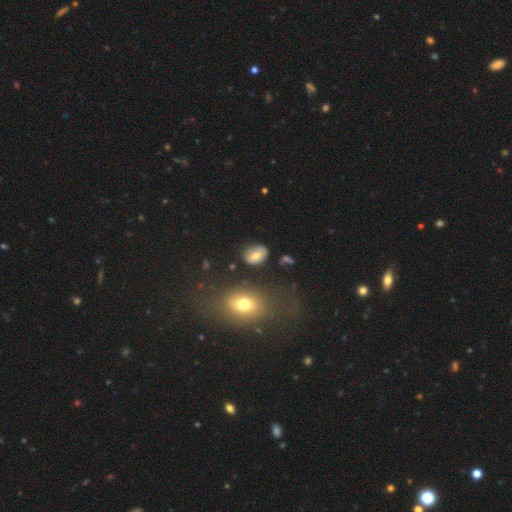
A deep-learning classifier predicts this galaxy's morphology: smooth-or-featured: smooth: 66% | featured or disk: 24% | star or artifact: 10%
  how-rounded: in between: 70% | round: 29% | cigar-shaped: 2%
  merging: none: 78% | minor disturbance: 14% | major disturbance: 5% | merger: 3%